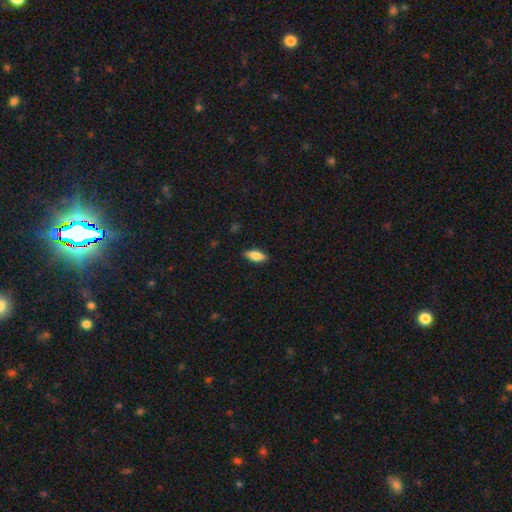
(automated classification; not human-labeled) This appears to be a smooth galaxy with no disk features (76%) that is in between round and cigar-shaped (77%). Merging: none (87%).